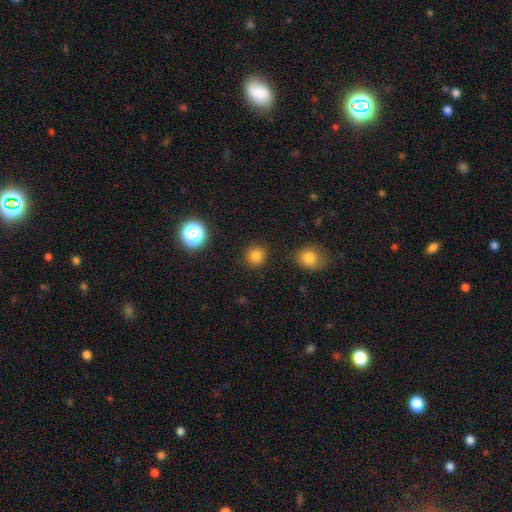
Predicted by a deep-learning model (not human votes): Smooth or featured? smooth (82%)
How rounded? round (91%)
Merging? none (90%)